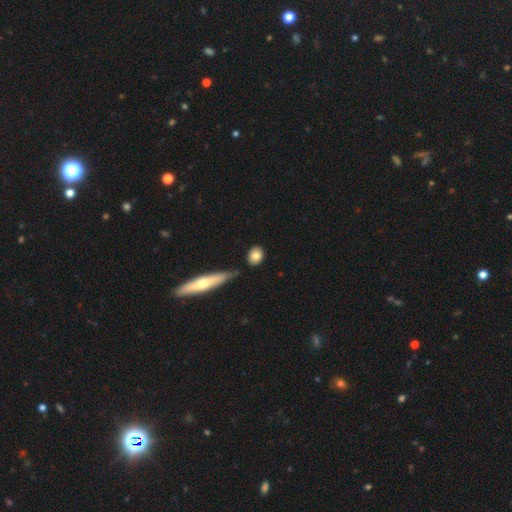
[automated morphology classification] A smooth galaxy with no disk features (82%) that is round (54%).

Vote fractions:
- Smooth or featured? smooth: 82% / featured or disk: 11% / star or artifact: 7%
- How rounded? round: 54% / in between: 41% / cigar-shaped: 5%
- Merging? none: 79% / minor disturbance: 12% / merger: 6% / major disturbance: 3%